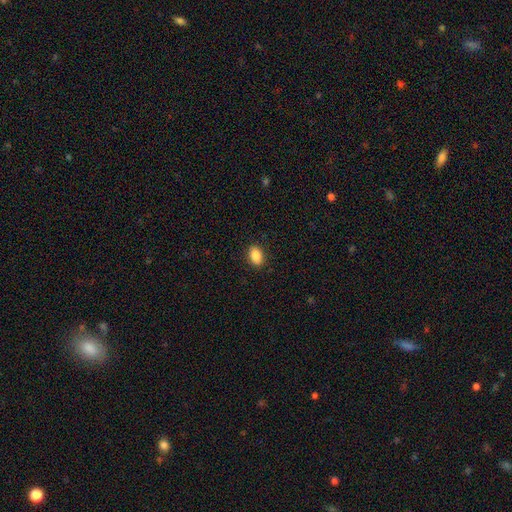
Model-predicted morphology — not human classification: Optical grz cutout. It shows a smooth galaxy with no disk features (87%) that is in between round and cigar-shaped (86%). Merging: none (90%).